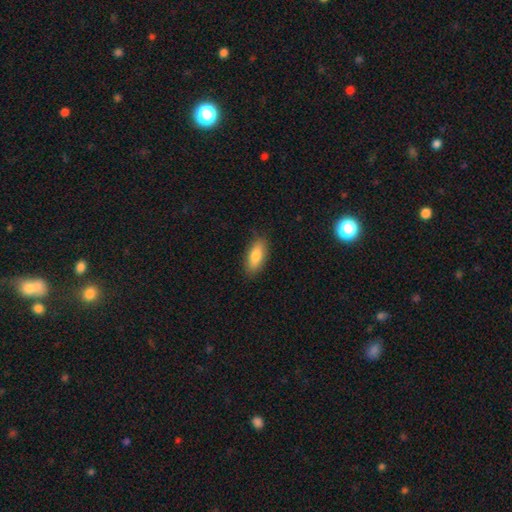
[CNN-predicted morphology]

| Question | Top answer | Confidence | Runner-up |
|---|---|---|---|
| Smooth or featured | smooth | 81% | featured or disk (12%) |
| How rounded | in between | 77% | cigar-shaped (20%) |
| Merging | none | 86% | minor disturbance (11%) |